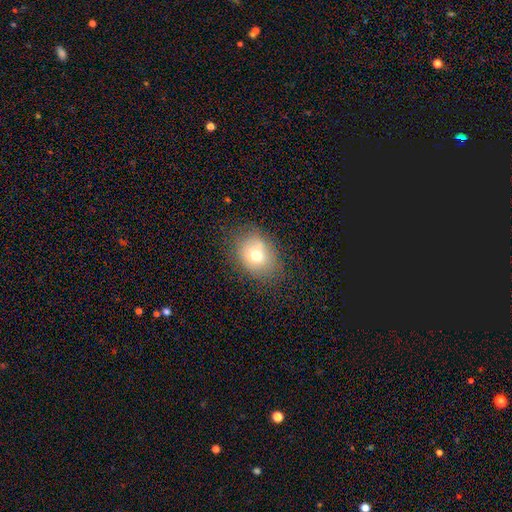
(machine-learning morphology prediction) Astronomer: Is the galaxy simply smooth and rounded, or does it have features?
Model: smooth — 67%.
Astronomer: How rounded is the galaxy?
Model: in between — 56% (runner-up: round, 43%).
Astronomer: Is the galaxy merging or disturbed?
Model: none — 70%.